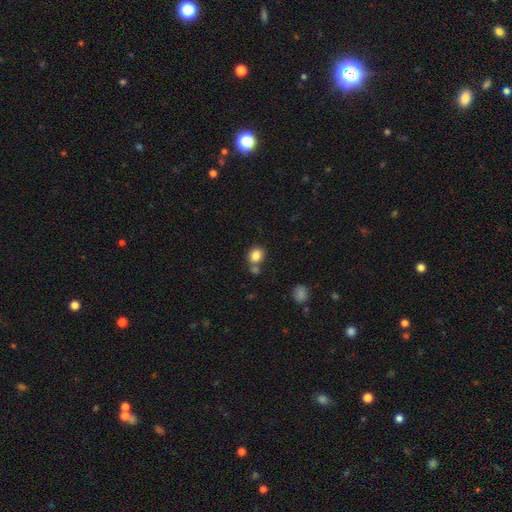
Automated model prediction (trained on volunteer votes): smooth_or_featured: smooth (p=0.84) [alt: star or artifact p=0.10]
how_rounded: round (p=0.66) [alt: in between p=0.33]
merging: none (p=0.63) [alt: merger p=0.22]